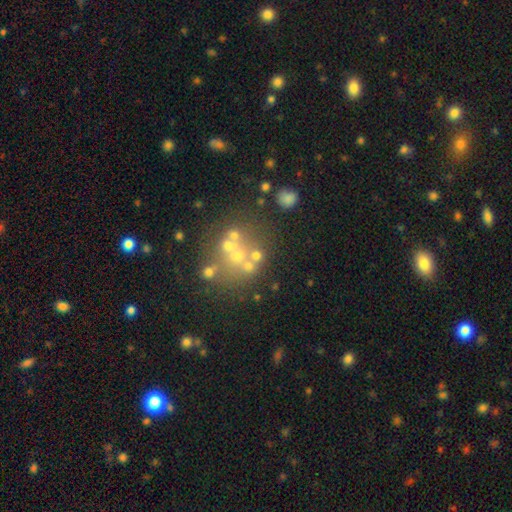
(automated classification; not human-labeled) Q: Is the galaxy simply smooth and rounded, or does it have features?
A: featured or disk — 36%.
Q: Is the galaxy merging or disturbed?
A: none — 46%.